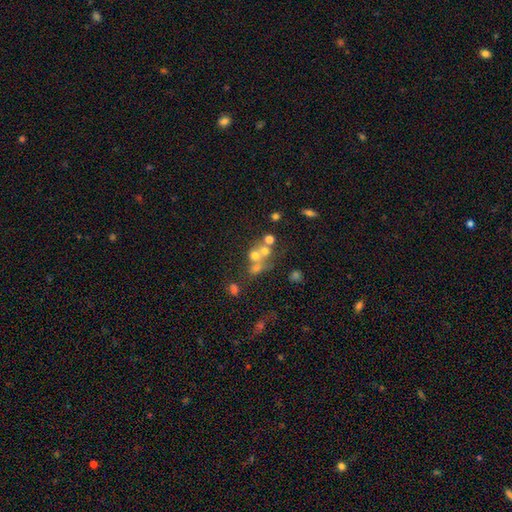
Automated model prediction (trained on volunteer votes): smooth-or-featured: smooth: 52% | featured or disk: 28% | star or artifact: 20%
  how-rounded: round: 75% | in between: 23% | cigar-shaped: 1%
  merging: merger: 53% | none: 32% | minor disturbance: 8% | major disturbance: 7%